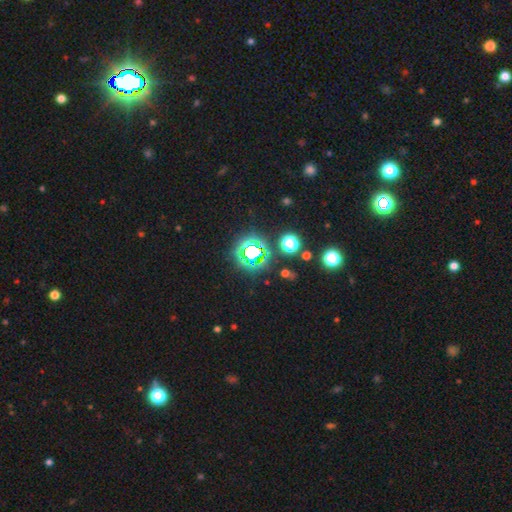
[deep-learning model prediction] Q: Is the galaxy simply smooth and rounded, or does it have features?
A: star or artifact — 73%.